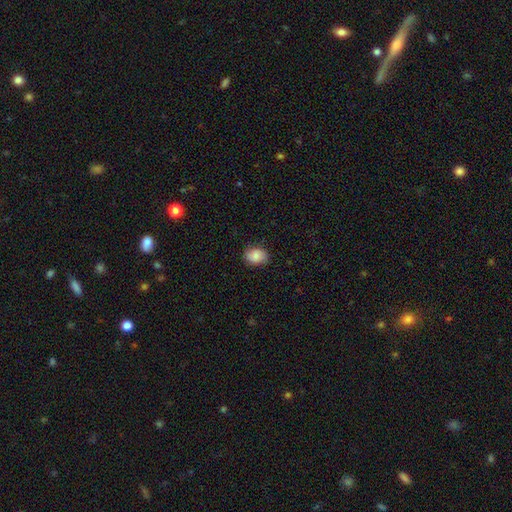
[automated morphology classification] Smooth or featured? Predicted: smooth (p=0.81). How rounded? Predicted: in between (p=0.65). Merging? Predicted: none (p=0.83).